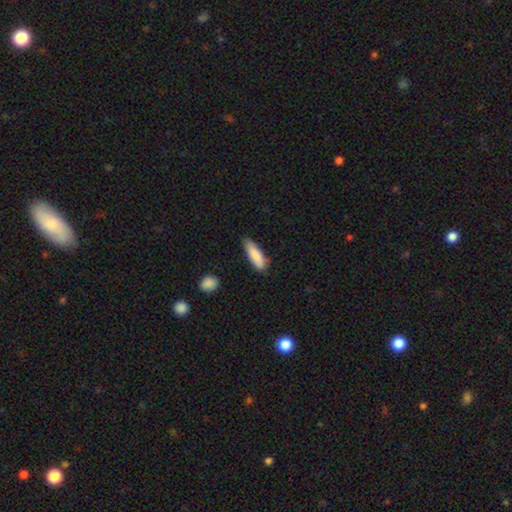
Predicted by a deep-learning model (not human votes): Smooth or featured? smooth (86%)
How rounded? cigar-shaped (50%)
Merging? none (68%)